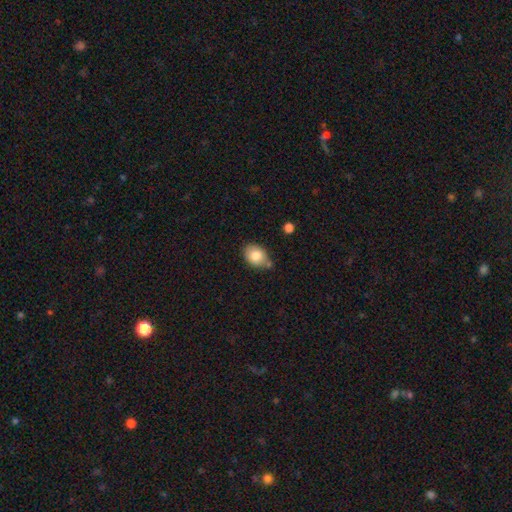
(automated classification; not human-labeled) smooth 82%, featured or disk 10%, star or artifact 8%. Down the decision tree: how rounded — in between (69%); merging — none (61%).